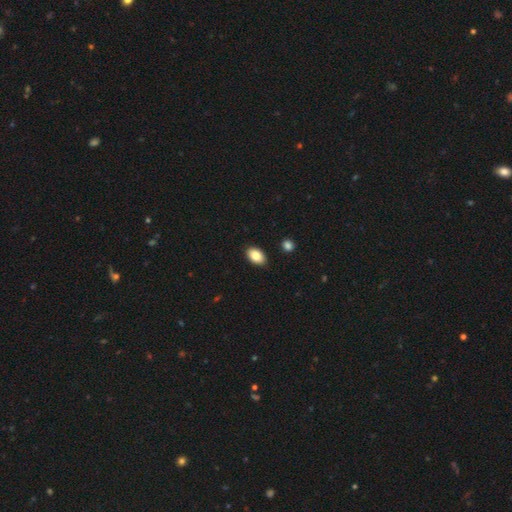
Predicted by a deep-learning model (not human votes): Morphology: type=smooth (84%); roundness=in between (90%); merging=none (88%).